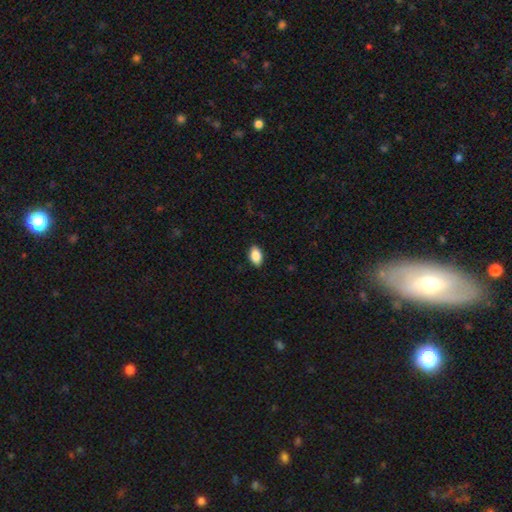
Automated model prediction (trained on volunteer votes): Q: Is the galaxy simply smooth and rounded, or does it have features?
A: smooth — 87%.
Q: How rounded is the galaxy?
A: in between — 92%.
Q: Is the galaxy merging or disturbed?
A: none — 89%.